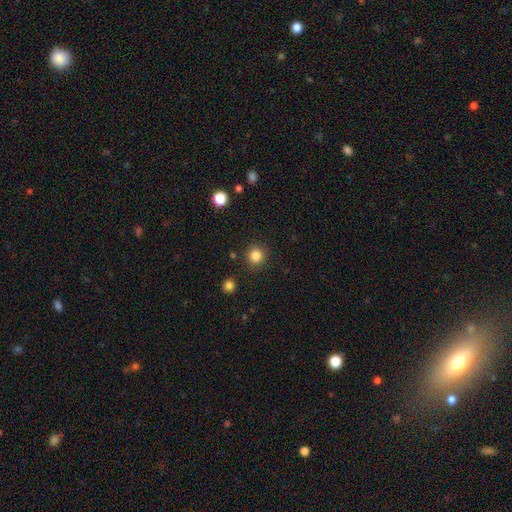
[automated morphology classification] Q: Smooth or featured?
A: smooth (84%); runner-up: star or artifact (12%)
Q: How rounded?
A: round (92%); runner-up: in between (7%)
Q: Merging?
A: none (89%); runner-up: minor disturbance (6%)